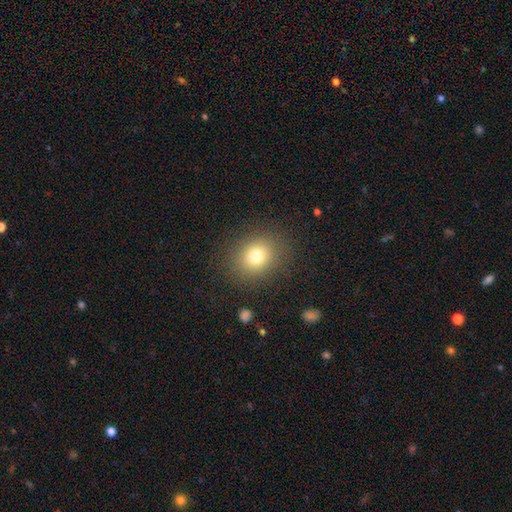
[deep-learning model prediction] Q: Smooth or featured?
A: smooth (77%); runner-up: star or artifact (14%)
Q: How rounded?
A: round (62%); runner-up: in between (37%)
Q: Merging?
A: none (87%); runner-up: minor disturbance (8%)